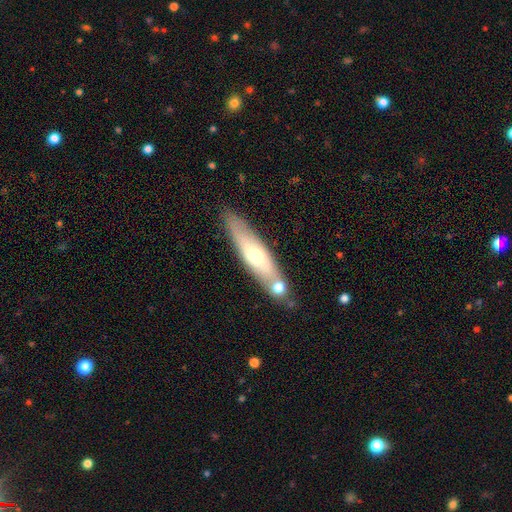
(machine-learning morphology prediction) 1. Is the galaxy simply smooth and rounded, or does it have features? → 50% smooth, 44% featured or disk, 6% star or artifact.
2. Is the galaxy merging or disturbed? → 70% none, 14% merger, 13% minor disturbance, 3% major disturbance.